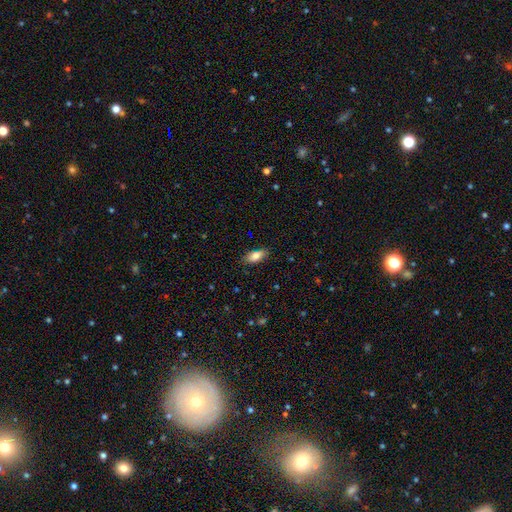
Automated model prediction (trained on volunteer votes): A smooth galaxy with no disk features (83%) that is in between round and cigar-shaped (83%).

Vote fractions:
- Smooth or featured? smooth: 83% / featured or disk: 10% / star or artifact: 7%
- How rounded? in between: 83% / cigar-shaped: 14% / round: 3%
- Merging? none: 83% / minor disturbance: 13% / major disturbance: 3% / merger: 1%